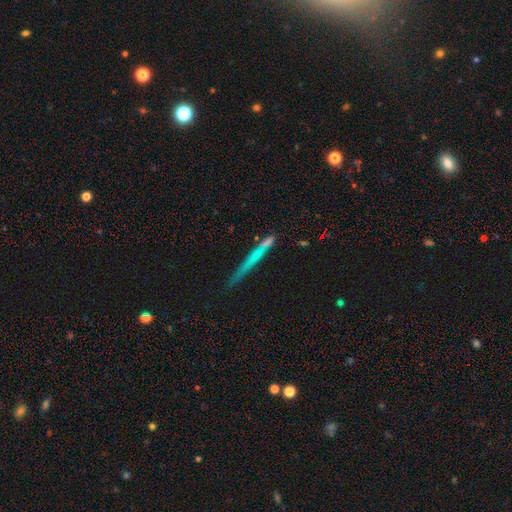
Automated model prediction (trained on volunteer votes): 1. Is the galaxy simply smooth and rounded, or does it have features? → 49% smooth, 40% featured or disk, 11% star or artifact.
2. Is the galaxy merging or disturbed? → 65% none, 17% minor disturbance, 11% merger, 7% major disturbance.